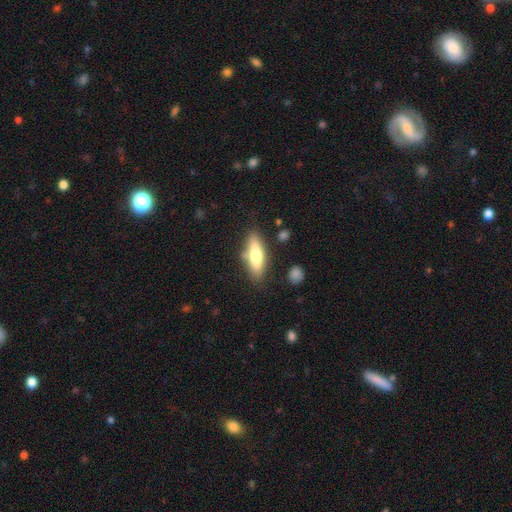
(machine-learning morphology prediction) Overall: smooth (65%; featured or disk 28%). How rounded: in between (51%; cigar-shaped 46%). Merging: none (77%).